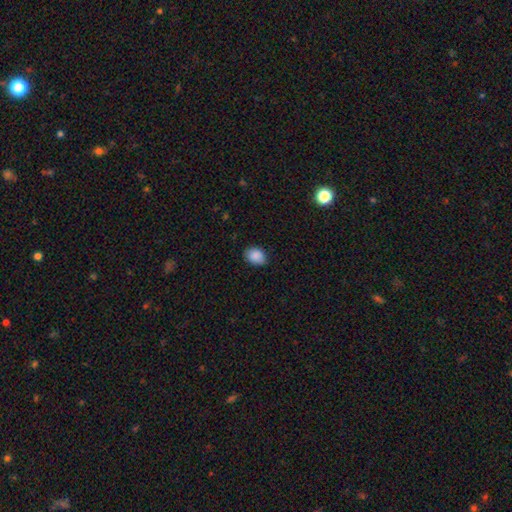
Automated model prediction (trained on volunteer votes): Smooth or featured? Predicted: smooth (p=0.89). How rounded? Predicted: in between (p=0.68). Merging? Predicted: none (p=0.82).